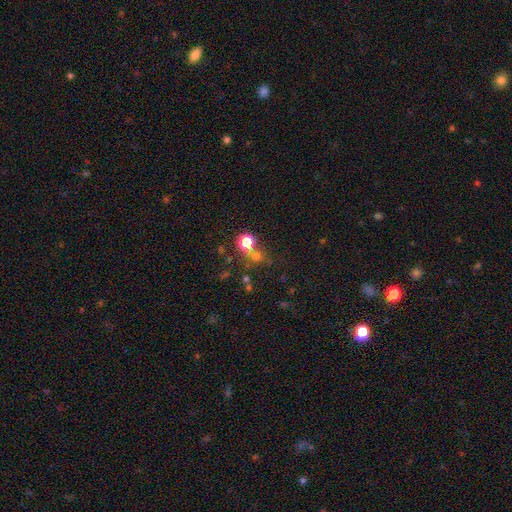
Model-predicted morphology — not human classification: Q: Smooth or featured?
A: smooth (58%); runner-up: star or artifact (32%)
Q: How rounded?
A: round (88%); runner-up: in between (11%)
Q: Merging?
A: none (64%); runner-up: merger (23%)